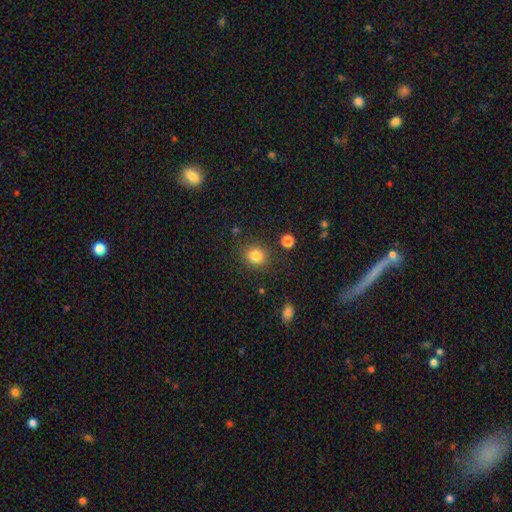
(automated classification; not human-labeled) smooth_or_featured: smooth (p=0.83) [alt: star or artifact p=0.12]
how_rounded: round (p=0.74) [alt: in between p=0.25]
merging: none (p=0.85) [alt: minor disturbance p=0.09]